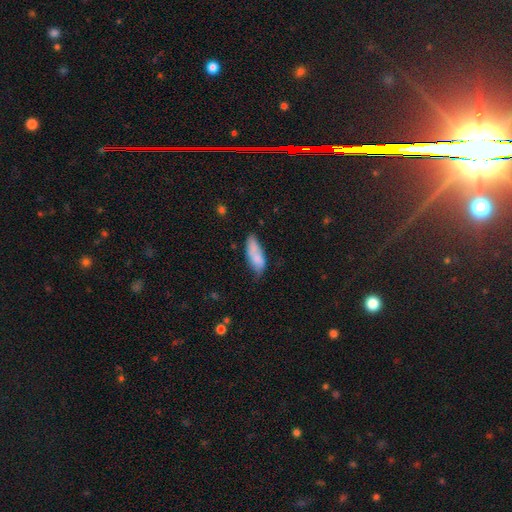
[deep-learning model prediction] Smooth or featured?
  - smooth: 77% *
  - featured or disk: 16%
  - star or artifact: 7%
How rounded?
  - in between: 71% *
  - cigar-shaped: 27%
  - round: 2%
Merging?
  - none: 49% *
  - minor disturbance: 34%
  - major disturbance: 10%
  - merger: 6%